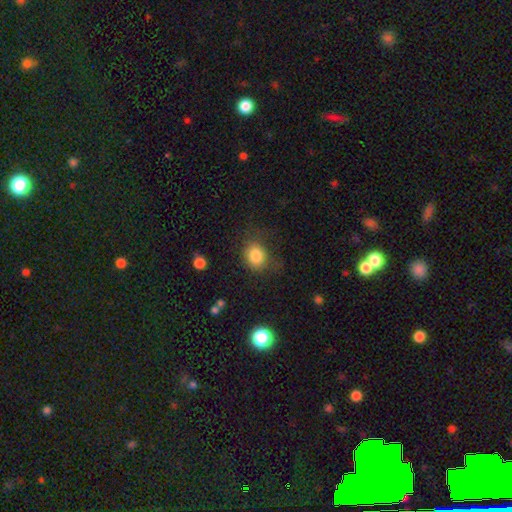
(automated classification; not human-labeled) A smooth galaxy with no disk features (83%) that is round (59%).

Vote fractions:
- Smooth or featured? smooth: 83% / star or artifact: 10% / featured or disk: 7%
- How rounded? round: 59% / in between: 40% / cigar-shaped: 1%
- Merging? none: 67% / minor disturbance: 21% / major disturbance: 10% / merger: 2%